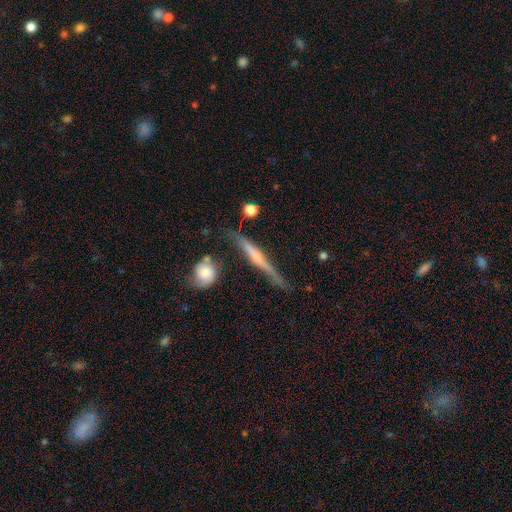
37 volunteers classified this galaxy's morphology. Smooth or featured?
  - featured or disk: 76% *
  - smooth: 16%
  - star or artifact: 8%
Edge-on disk?
  - yes: 93% *
  - no: 7%
Edge-on bulge?
  - rounded: 73% *
  - boxy: 15%
  - none: 12%
Merging?
  - none: 65% *
  - minor disturbance: 29%
  - major disturbance: 3%
  - merger: 3%